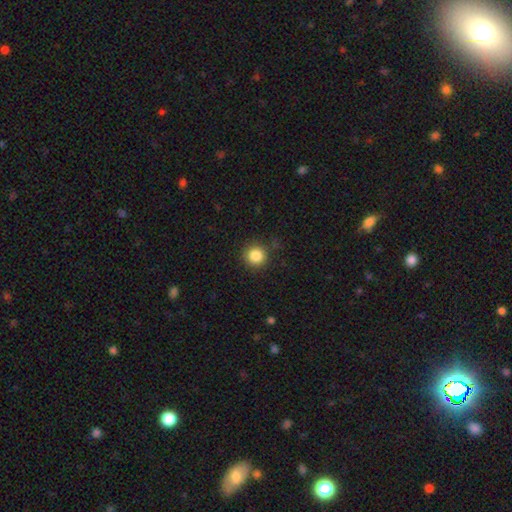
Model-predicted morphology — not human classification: Q: Smooth or featured?
A: smooth (85%); runner-up: star or artifact (11%)
Q: How rounded?
A: round (94%); runner-up: in between (5%)
Q: Merging?
A: none (87%); runner-up: minor disturbance (9%)